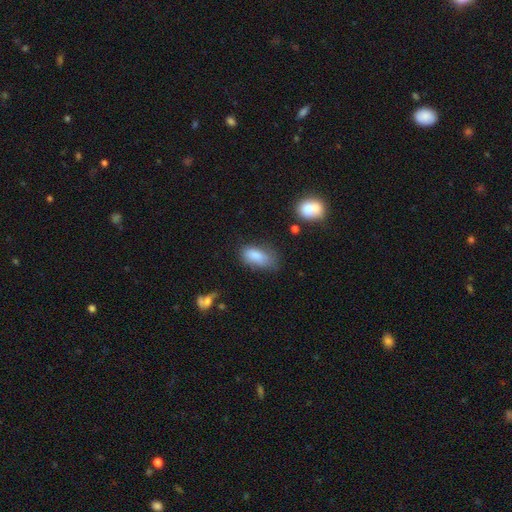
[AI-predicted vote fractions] Smooth or featured? smooth (84%)
How rounded? in between (91%)
Merging? none (53%)